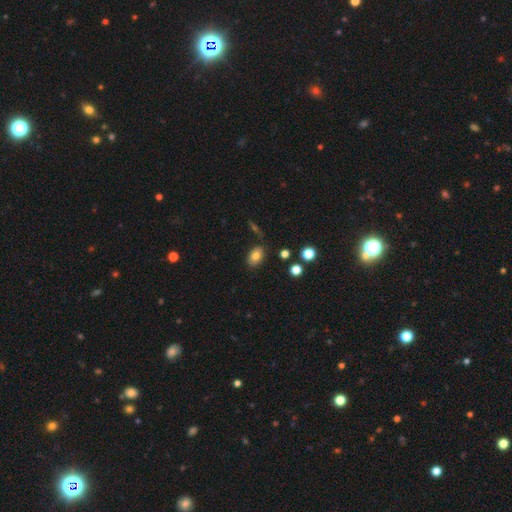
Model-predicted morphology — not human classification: A smooth galaxy with no disk features (78%) that is in between round and cigar-shaped (83%).

Vote fractions:
- Smooth or featured? smooth: 78% / featured or disk: 12% / star or artifact: 10%
- How rounded? in between: 83% / round: 15% / cigar-shaped: 1%
- Merging? none: 79% / minor disturbance: 14% / merger: 4% / major disturbance: 3%